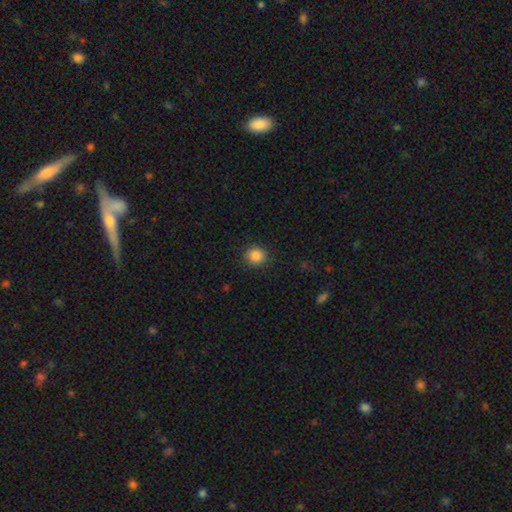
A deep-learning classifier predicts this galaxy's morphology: A smooth galaxy with no disk features (87%) that is round (88%). Merging: none (87%).